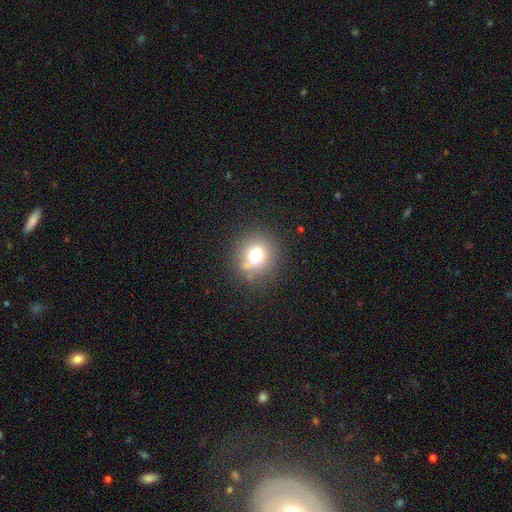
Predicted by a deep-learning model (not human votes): Smooth or featured? smooth (69%)
How rounded? round (84%)
Merging? none (76%)